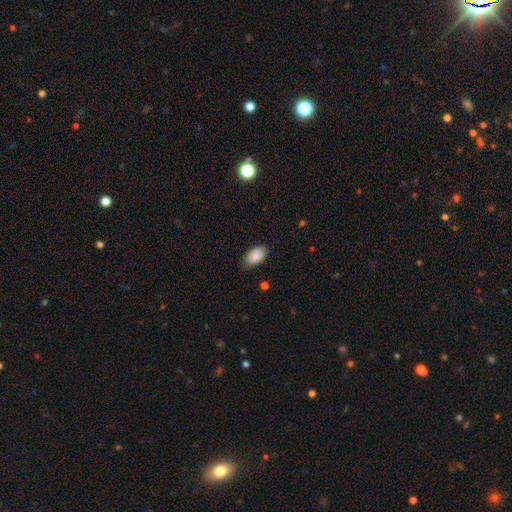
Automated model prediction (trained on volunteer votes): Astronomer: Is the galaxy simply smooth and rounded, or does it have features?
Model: smooth — 88%.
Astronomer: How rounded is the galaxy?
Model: in between — 93%.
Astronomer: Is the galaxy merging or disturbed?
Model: none — 70%.